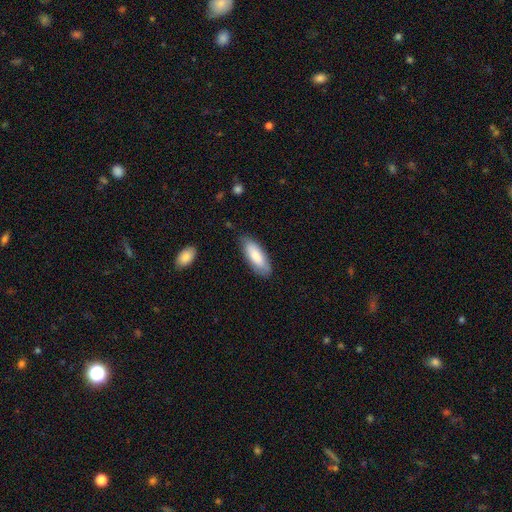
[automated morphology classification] type=smooth (82%); roundness=in between (70%); merging=none (81%).